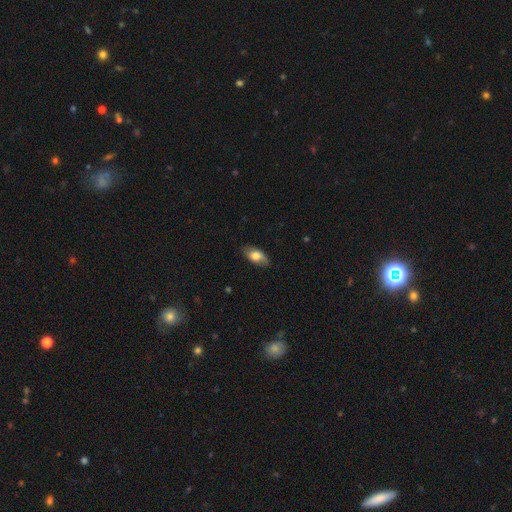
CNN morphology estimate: smooth-or-featured: smooth: 70% | featured or disk: 23% | star or artifact: 7%
  how-rounded: in between: 89% | round: 5% | cigar-shaped: 5%
  merging: none: 75% | minor disturbance: 20% | major disturbance: 4% | merger: 1%